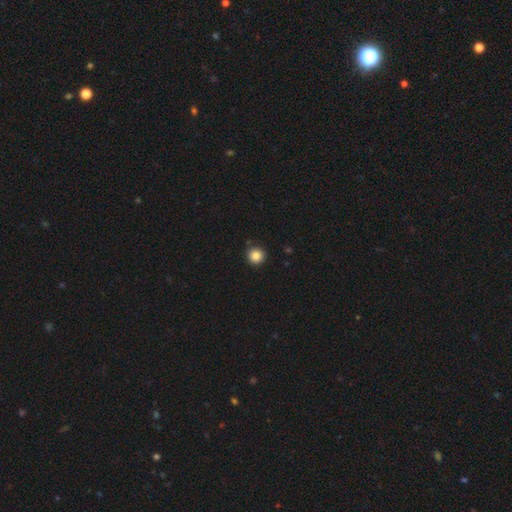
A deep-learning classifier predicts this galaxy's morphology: smooth_or_featured: smooth (p=0.85) [alt: star or artifact p=0.11]
how_rounded: round (p=0.95) [alt: in between p=0.04]
merging: none (p=0.89) [alt: minor disturbance p=0.08]